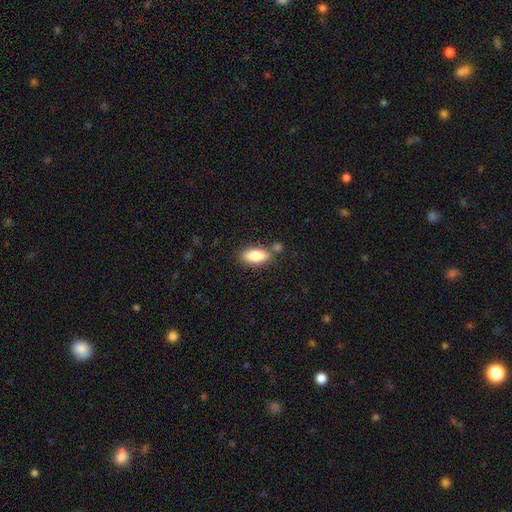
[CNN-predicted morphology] smooth 83%, featured or disk 10%, star or artifact 7%. Down the decision tree: how rounded — in between (86%); merging — none (70%).